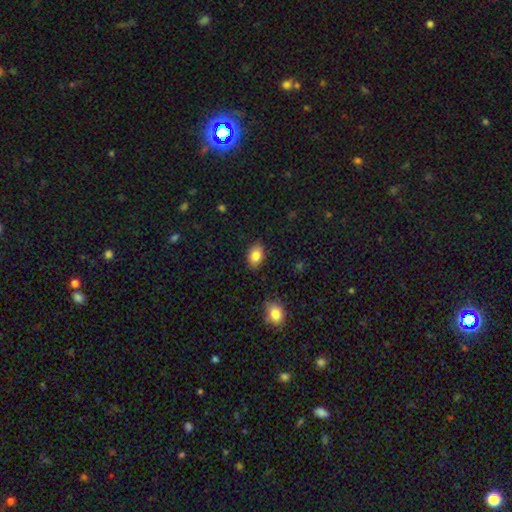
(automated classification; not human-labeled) Smooth or featured? smooth (84%)
How rounded? in between (85%)
Merging? none (87%)